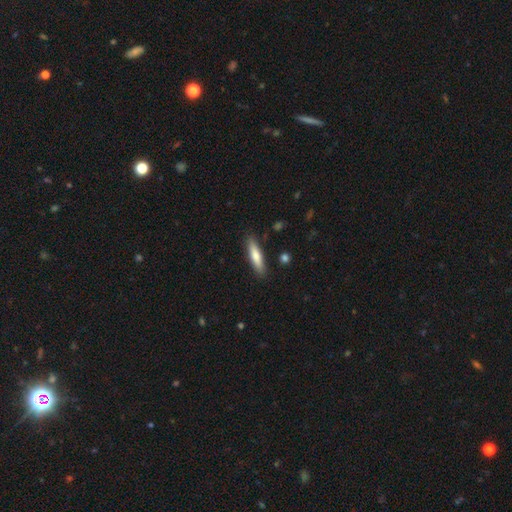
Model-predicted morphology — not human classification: smooth 73%, featured or disk 21%, star or artifact 6%. Down the decision tree: how rounded — cigar-shaped (77%); merging — none (87%).